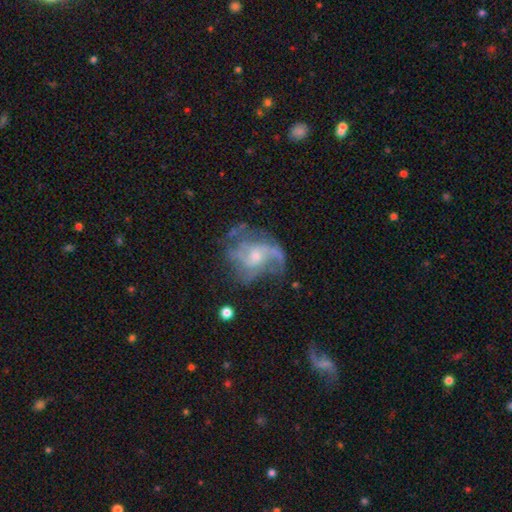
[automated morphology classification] Smooth or featured? featured or disk (76%)
Edge-on disk? no (97%)
Bar? no (62%)
Spiral arms? yes (81%)
Spiral winding? medium (42%)
Spiral arm count? can't tell (30%, tied with 2)
Bulge size? moderate (47%)
Merging? none (50%)